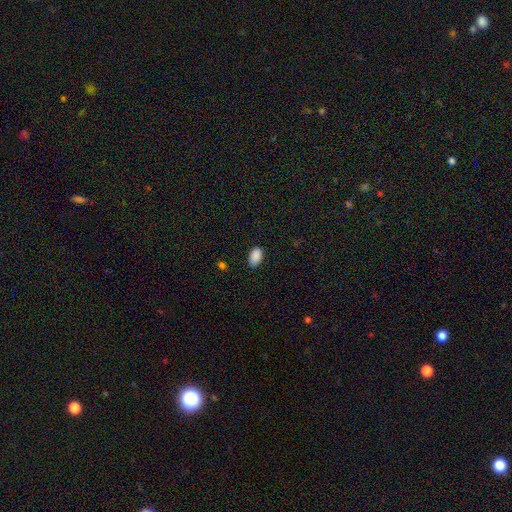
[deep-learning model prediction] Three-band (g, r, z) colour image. It shows a smooth galaxy with no disk features (89%) that is in between round and cigar-shaped (93%). Merging: none (79%).